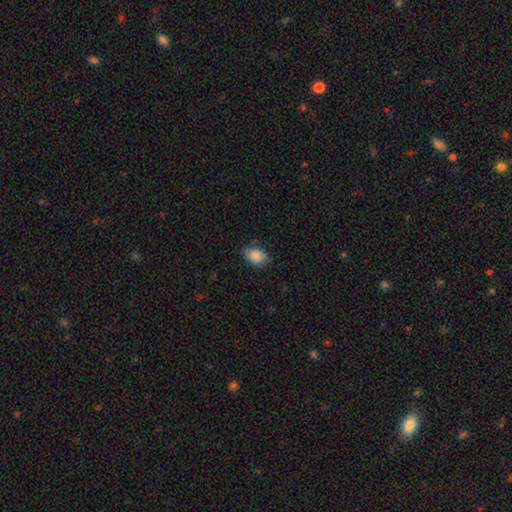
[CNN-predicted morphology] Overall: smooth (88%). How rounded: in between (72%). Merging: none (77%).